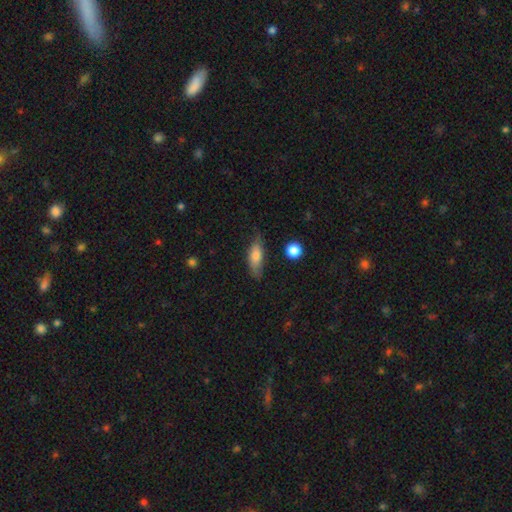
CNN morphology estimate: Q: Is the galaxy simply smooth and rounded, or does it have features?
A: smooth — 69%.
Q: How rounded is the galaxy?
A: in between — 65%.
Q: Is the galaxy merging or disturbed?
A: none — 68%.